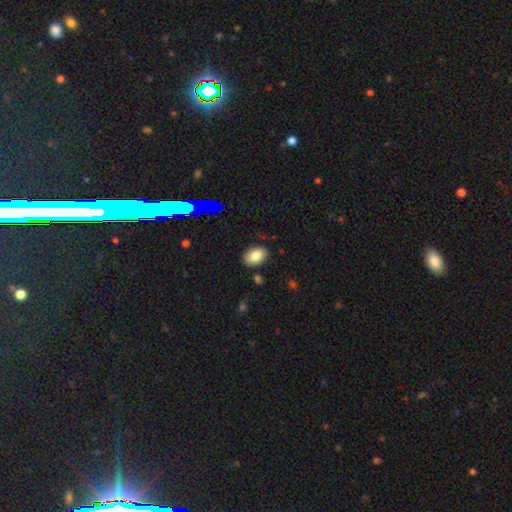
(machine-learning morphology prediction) Smooth or featured: smooth — 80% (star or artifact — 10%)
How rounded: in between — 80% (round — 19%)
Merging: none — 82% (minor disturbance — 12%)